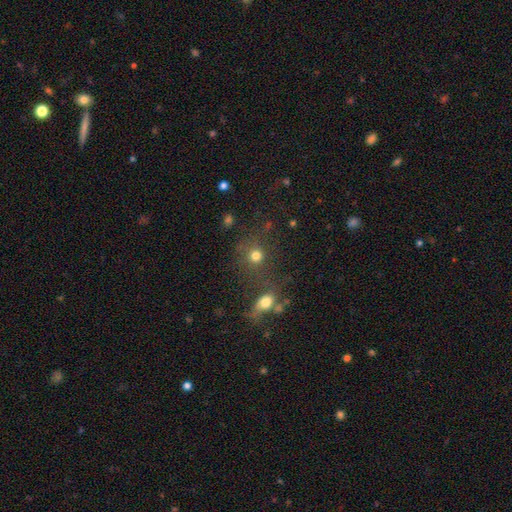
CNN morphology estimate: smooth-or-featured: smooth: 74% | star or artifact: 17% | featured or disk: 9%
  how-rounded: round: 86% | in between: 12% | cigar-shaped: 1%
  merging: none: 63% | merger: 20% | minor disturbance: 10% | major disturbance: 7%